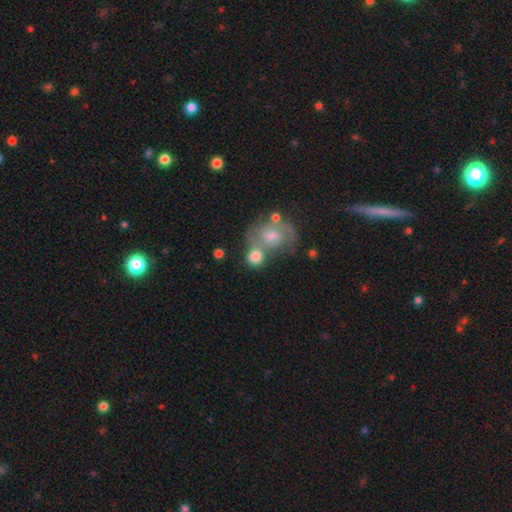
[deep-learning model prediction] Q: Smooth or featured?
A: smooth (66%); runner-up: featured or disk (25%)
Q: How rounded?
A: round (73%); runner-up: in between (25%)
Q: Merging?
A: merger (41%); runner-up: none (39%)